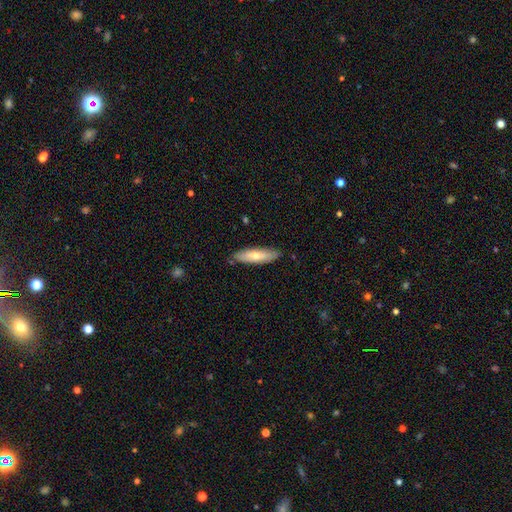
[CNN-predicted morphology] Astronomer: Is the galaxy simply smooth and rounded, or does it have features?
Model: smooth — 66%.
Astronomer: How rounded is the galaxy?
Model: cigar-shaped — 64%.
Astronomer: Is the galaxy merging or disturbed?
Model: none — 84%.